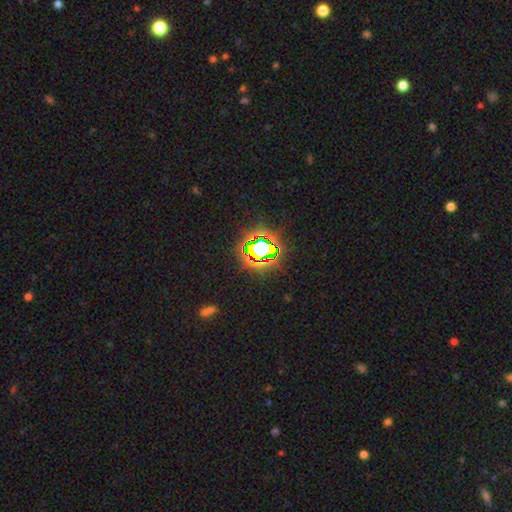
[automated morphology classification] Q: Smooth or featured?
A: star or artifact (72%); runner-up: smooth (17%)